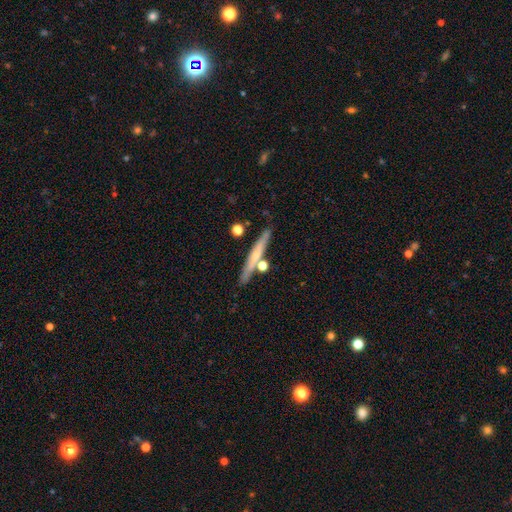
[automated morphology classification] Overall: smooth (47%; featured or disk 46%). Merging: none (78%).